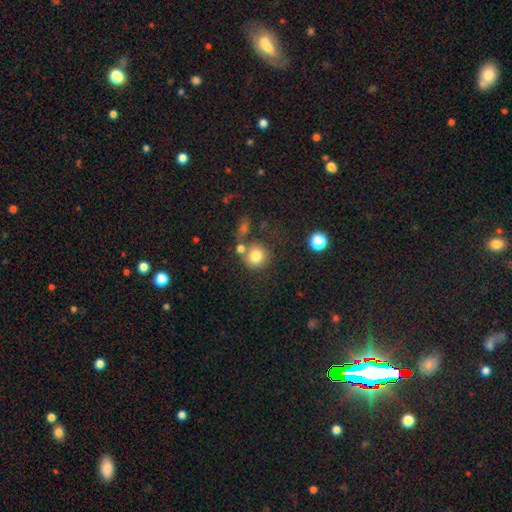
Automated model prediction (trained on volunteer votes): Smooth or featured?
  - smooth: 79% *
  - star or artifact: 11%
  - featured or disk: 9%
How rounded?
  - round: 89% *
  - in between: 10%
  - cigar-shaped: 1%
Merging?
  - none: 64% *
  - merger: 19%
  - minor disturbance: 12%
  - major disturbance: 5%